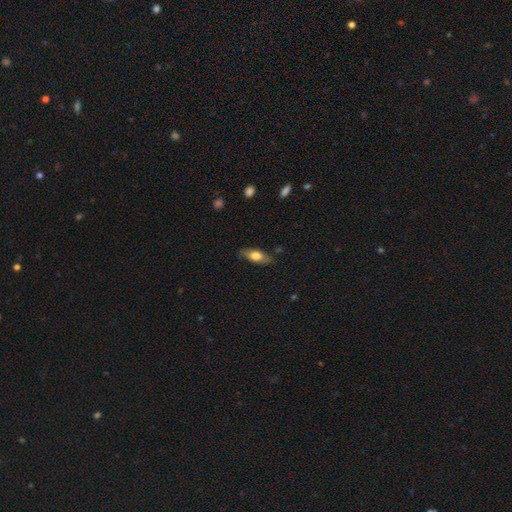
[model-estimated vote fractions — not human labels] Q: Smooth or featured?
A: smooth (66%); runner-up: featured or disk (27%)
Q: How rounded?
A: in between (70%); runner-up: cigar-shaped (27%)
Q: Merging?
A: none (80%); runner-up: minor disturbance (16%)